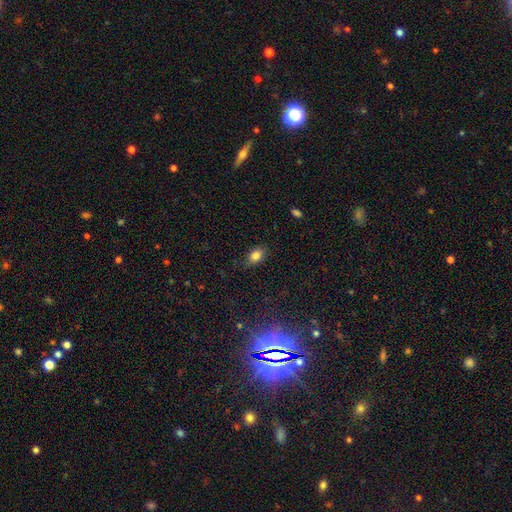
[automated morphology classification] This appears to be a smooth galaxy with no disk features (81%) that is in between round and cigar-shaped (82%). Merging: none (79%).